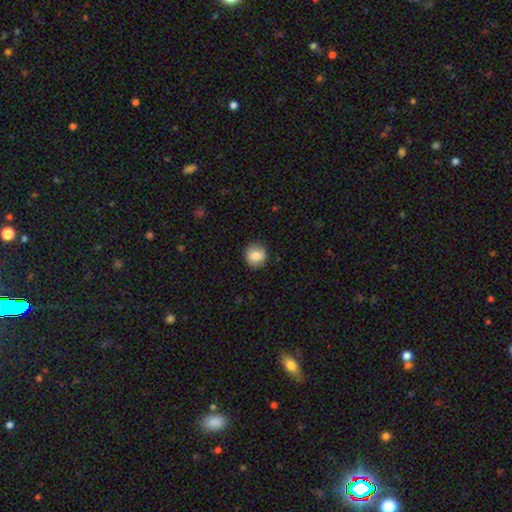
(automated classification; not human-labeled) Overall: smooth (83%). How rounded: round (89%). Merging: none (87%).